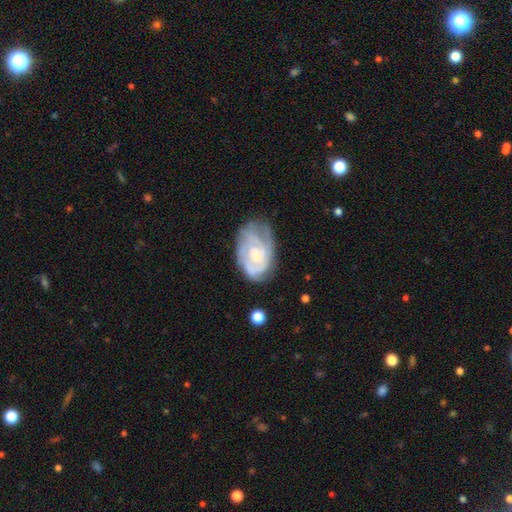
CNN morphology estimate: smooth-or-featured: featured or disk: 74% | smooth: 20% | star or artifact: 6%
  disk-edge-on: no: 97% | yes: 3%
    bar: no: 69% | weak: 27% | strong: 4%
    has-spiral-arms: yes: 85% | no: 15%
      spiral-winding: tight: 60% | medium: 30% | loose: 10%
      spiral-arm-count: can't tell: 43% | 2: 28% | 3: 15% | 1: 6% | 4: 4% | more than 4: 3%
    bulge-size: small: 44% | moderate: 33% | none: 16% | large: 6% | dominant: 1%
  merging: none: 58% | minor disturbance: 27% | major disturbance: 13% | merger: 2%